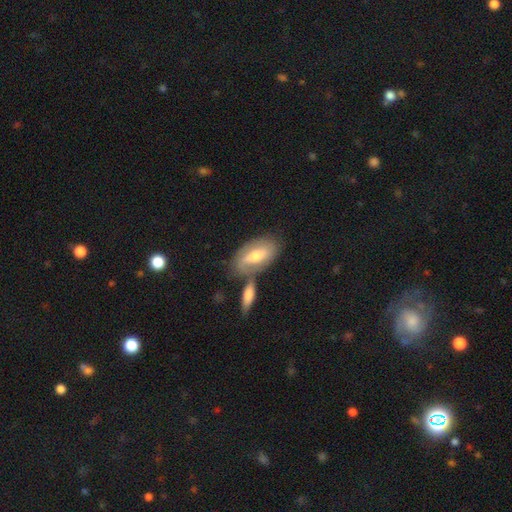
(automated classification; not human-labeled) Smooth or featured?
  - smooth: 47% *
  - featured or disk: 45%
  - star or artifact: 8%
Merging?
  - none: 56% *
  - merger: 24%
  - minor disturbance: 15%
  - major disturbance: 5%